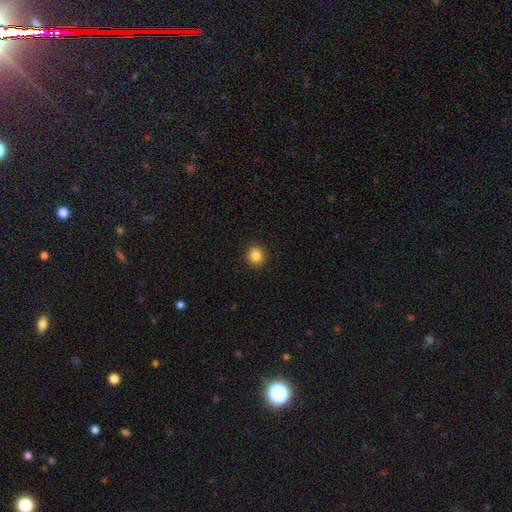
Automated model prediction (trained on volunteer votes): This is clearly a smooth galaxy (85%). How rounded: clearly round (87%). Merging: clearly none (92%).